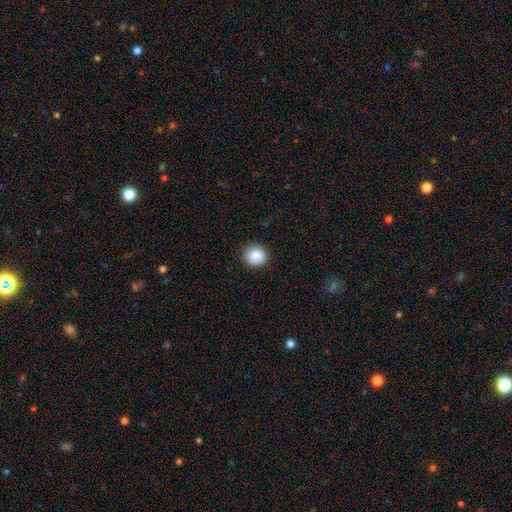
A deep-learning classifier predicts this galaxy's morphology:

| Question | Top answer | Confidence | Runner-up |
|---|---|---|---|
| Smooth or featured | smooth | 86% | star or artifact (9%) |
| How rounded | round | 89% | in between (10%) |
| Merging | none | 87% | minor disturbance (10%) |